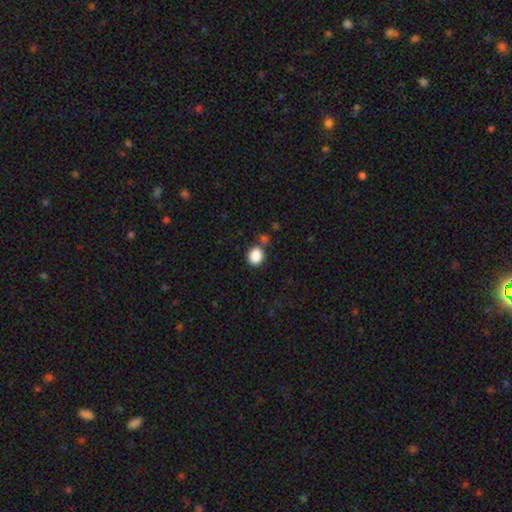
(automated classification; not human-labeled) Overall: smooth (87%). How rounded: round (61%; in between 38%). Merging: none (71%).